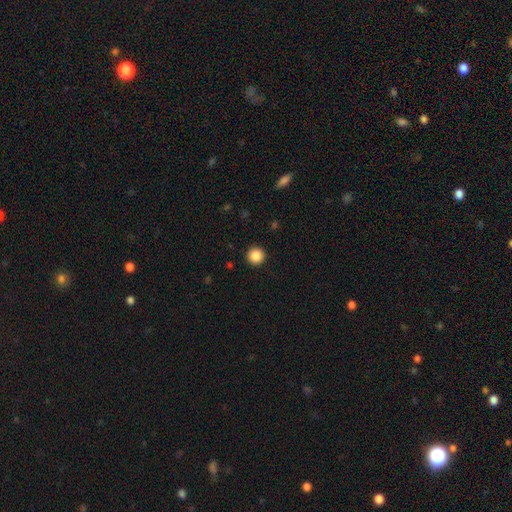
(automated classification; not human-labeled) Smooth or featured: smooth — 88% (star or artifact — 10%)
How rounded: round — 96% (in between — 3%)
Merging: none — 93% (minor disturbance — 4%)